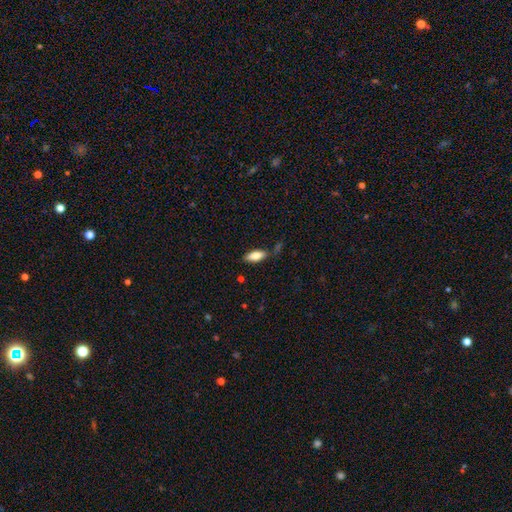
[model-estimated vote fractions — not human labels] Smooth or featured: smooth — 82% (featured or disk — 12%)
How rounded: in between — 78% (cigar-shaped — 20%)
Merging: none — 75% (minor disturbance — 16%)